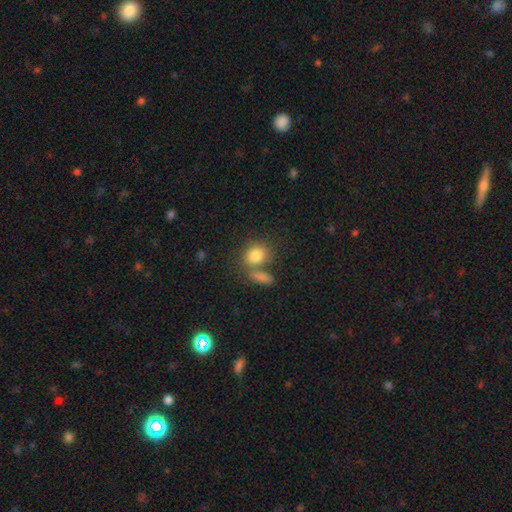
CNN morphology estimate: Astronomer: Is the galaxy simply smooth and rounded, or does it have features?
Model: smooth — 81%.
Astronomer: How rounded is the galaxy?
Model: round — 57% (runner-up: in between, 41%).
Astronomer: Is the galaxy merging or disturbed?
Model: none — 48% (runner-up: merger, 35%).